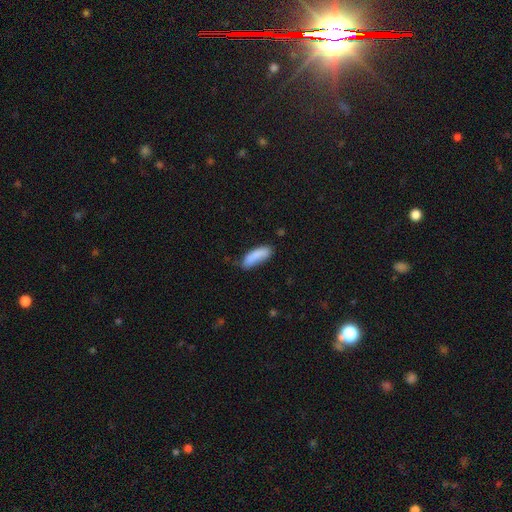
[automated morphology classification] A smooth galaxy with no disk features (85%) that is in between round and cigar-shaped (55%). Merging: none (60%).